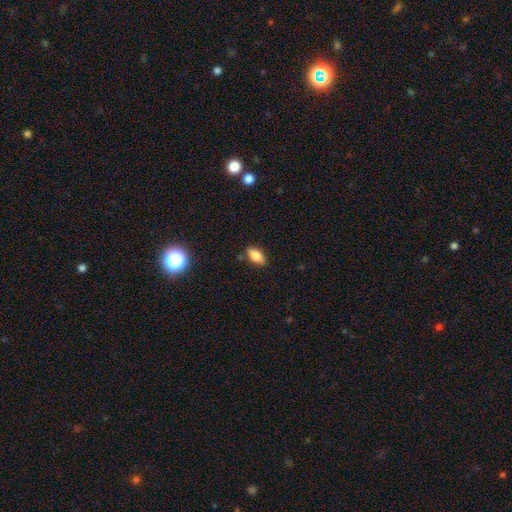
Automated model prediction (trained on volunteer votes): The model was most divided on "merging": none: 83%, minor disturbance: 12%, major disturbance: 2%, merger: 2%. More confident: how rounded — in between (89%); smooth or featured — smooth (81%).